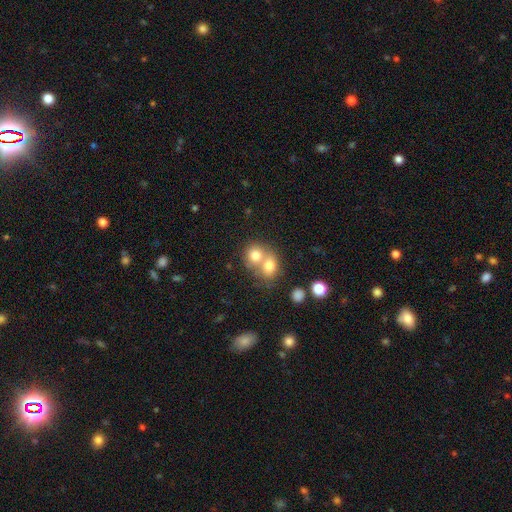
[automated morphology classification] A smooth galaxy with no disk features (74%) that is round (69%).

Vote fractions:
- Smooth or featured? smooth: 74% / featured or disk: 16% / star or artifact: 10%
- How rounded? round: 69% / in between: 30% / cigar-shaped: 1%
- Merging? merger: 68% / none: 24% / minor disturbance: 5% / major disturbance: 3%